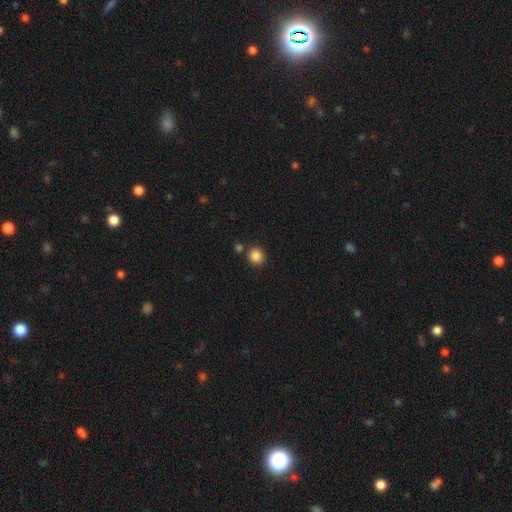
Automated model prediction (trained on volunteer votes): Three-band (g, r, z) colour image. It shows a smooth galaxy with no disk features (86%) that is round (91%). Merging: none (82%).